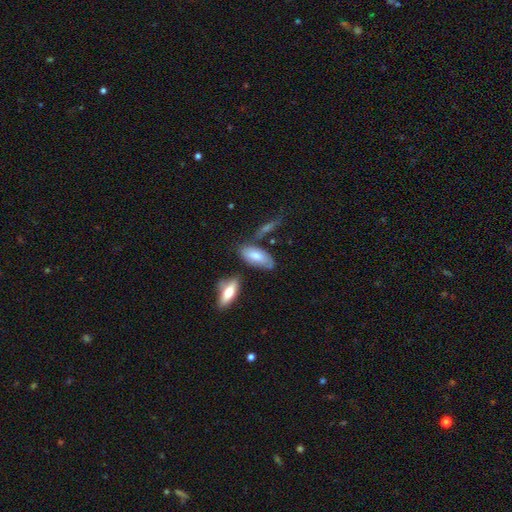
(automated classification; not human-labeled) smooth_or_featured: smooth (p=0.72) [alt: featured or disk p=0.22]
how_rounded: in between (p=0.87) [alt: cigar-shaped p=0.11]
merging: none (p=0.57) [alt: minor disturbance p=0.25]